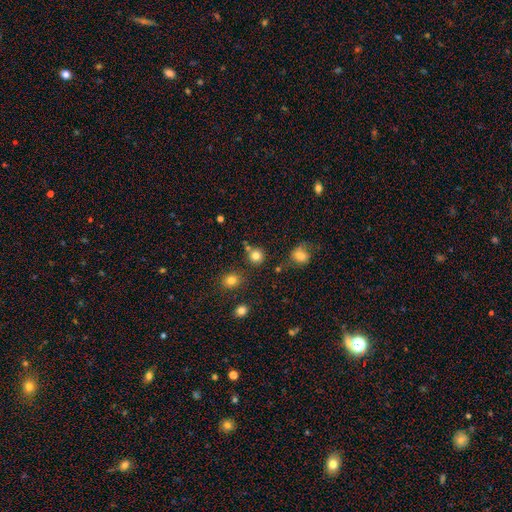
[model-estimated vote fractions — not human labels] smooth_or_featured: smooth (p=0.80) [alt: star or artifact p=0.13]
how_rounded: round (p=0.90) [alt: in between p=0.09]
merging: none (p=0.76) [alt: merger p=0.11]